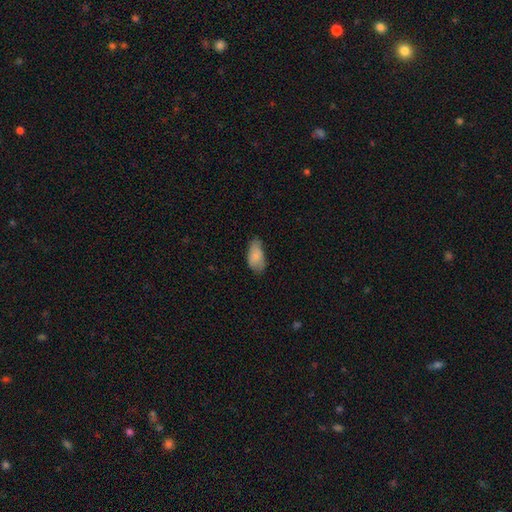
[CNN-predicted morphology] This is clearly a smooth galaxy (82%). How rounded: clearly in between (93%). Merging: possibly none (52%).